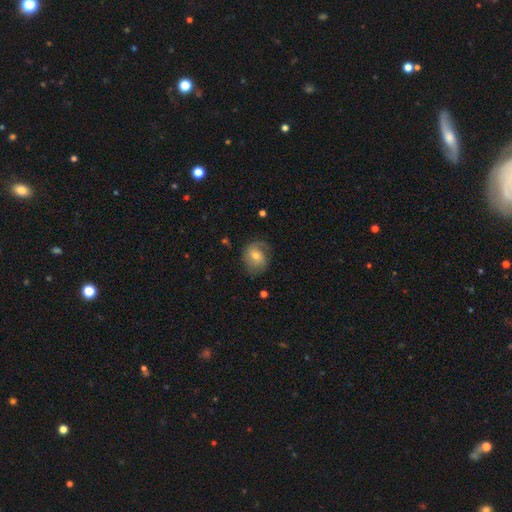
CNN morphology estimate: Smooth or featured?
  - smooth: 55% *
  - featured or disk: 37%
  - star or artifact: 8%
How rounded?
  - round: 58% *
  - in between: 41%
  - cigar-shaped: 1%
Merging?
  - none: 63% *
  - minor disturbance: 24%
  - major disturbance: 12%
  - merger: 1%